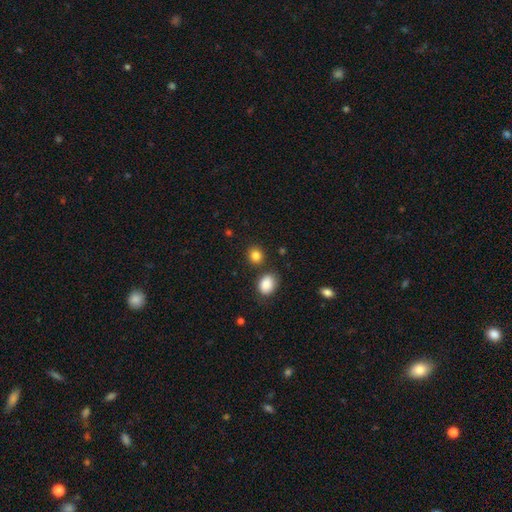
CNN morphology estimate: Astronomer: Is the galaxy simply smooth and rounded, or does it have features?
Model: smooth — 85%.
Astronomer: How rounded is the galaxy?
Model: round — 78%.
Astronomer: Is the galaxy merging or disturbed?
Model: none — 79%.